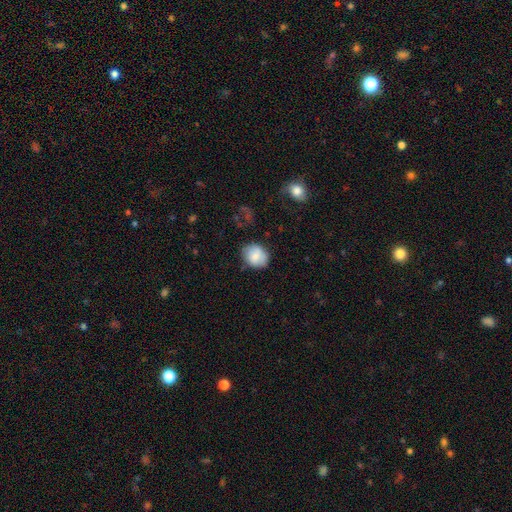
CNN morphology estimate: Smooth or featured? Predicted: smooth (p=0.75). How rounded? Predicted: round (p=0.65). Merging? Predicted: none (p=0.75).